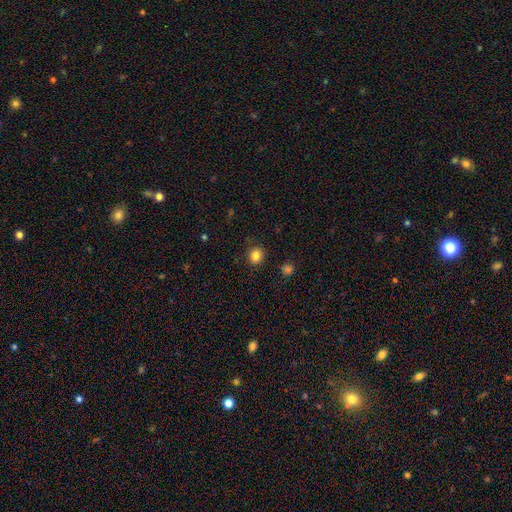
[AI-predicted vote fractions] smooth 84%, star or artifact 11%, featured or disk 4%. Down the decision tree: how rounded — round (81%); merging — none (88%).